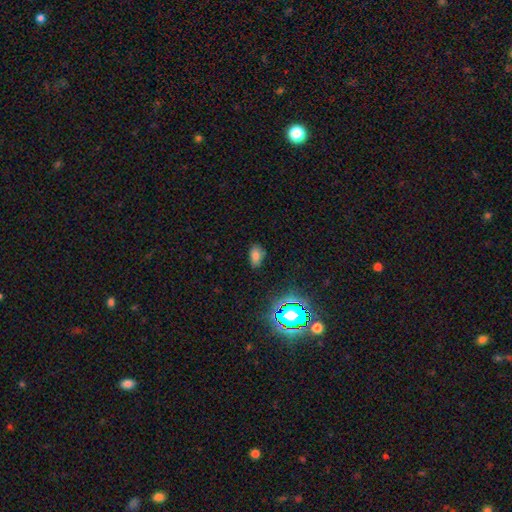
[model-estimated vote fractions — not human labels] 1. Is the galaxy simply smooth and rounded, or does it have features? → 71% smooth, 20% star or artifact, 8% featured or disk.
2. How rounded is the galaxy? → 89% in between, 9% round, 2% cigar-shaped.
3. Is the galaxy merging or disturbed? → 77% none, 17% minor disturbance, 4% major disturbance, 2% merger.